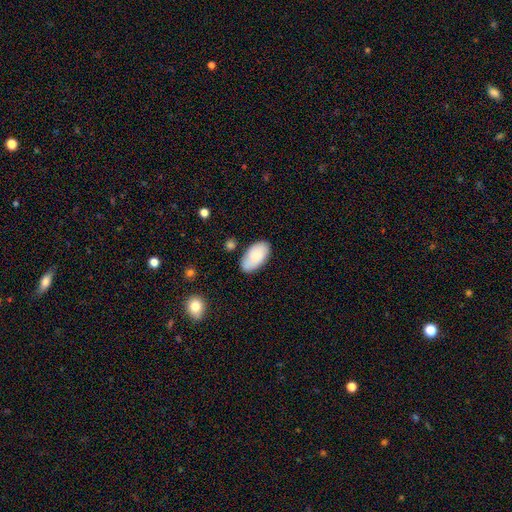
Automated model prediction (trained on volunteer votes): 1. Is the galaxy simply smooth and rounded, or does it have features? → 80% smooth, 13% featured or disk, 7% star or artifact.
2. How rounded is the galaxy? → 95% in between, 3% round, 2% cigar-shaped.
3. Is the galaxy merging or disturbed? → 74% none, 18% minor disturbance, 5% merger, 4% major disturbance.